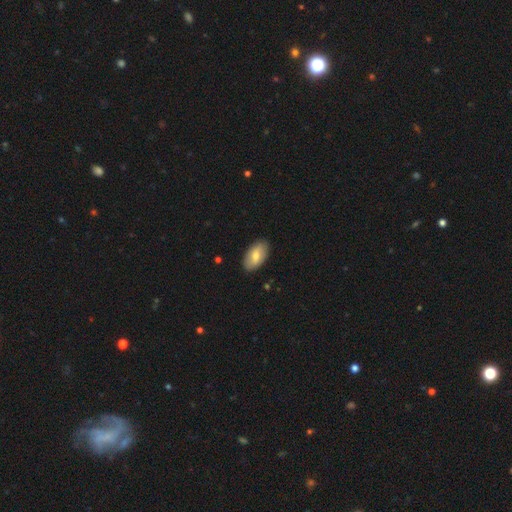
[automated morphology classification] smooth-or-featured: smooth: 69% | featured or disk: 26% | star or artifact: 6%
  how-rounded: in between: 94% | round: 3% | cigar-shaped: 2%
  merging: none: 88% | minor disturbance: 9% | major disturbance: 2% | merger: 1%